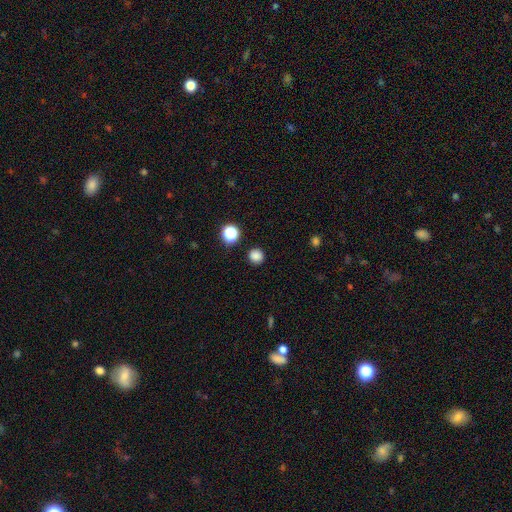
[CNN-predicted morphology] A smooth galaxy with no disk features (83%) that is round (93%).

Vote fractions:
- Smooth or featured? smooth: 83% / star or artifact: 14% / featured or disk: 4%
- How rounded? round: 93% / in between: 6% / cigar-shaped: 1%
- Merging? none: 91% / minor disturbance: 6% / major disturbance: 2% / merger: 2%